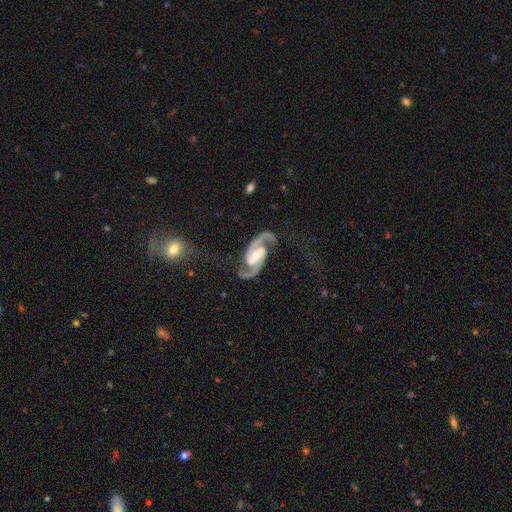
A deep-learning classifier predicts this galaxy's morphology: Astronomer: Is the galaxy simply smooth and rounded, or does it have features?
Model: featured or disk — 93%.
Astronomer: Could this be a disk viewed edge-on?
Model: no — 98%.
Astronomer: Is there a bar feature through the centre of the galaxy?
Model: weak — 42% (runner-up: strong, 36%).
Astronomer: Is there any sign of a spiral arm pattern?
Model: yes — 98%.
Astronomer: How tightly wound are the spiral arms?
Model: medium — 58%.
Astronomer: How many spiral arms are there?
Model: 2 — 95%.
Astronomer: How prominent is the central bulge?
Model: moderate — 59%.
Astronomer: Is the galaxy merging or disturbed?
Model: none — 74%.